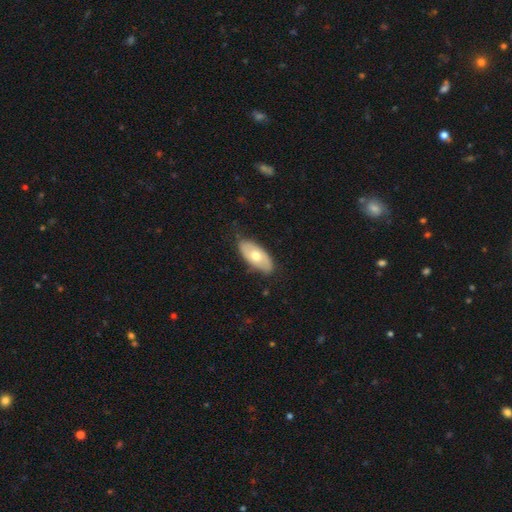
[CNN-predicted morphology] This is possibly a smooth galaxy (58%). How rounded: clearly in between (90%). Merging: clearly none (81%).